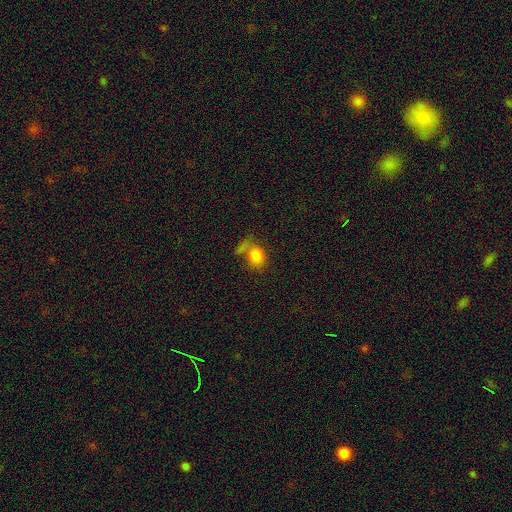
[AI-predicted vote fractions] A smooth galaxy with no disk features (80%) that is in between round and cigar-shaped (54%).

Vote fractions:
- Smooth or featured? smooth: 80% / star or artifact: 11% / featured or disk: 9%
- How rounded? in between: 54% / round: 45% / cigar-shaped: 2%
- Merging? none: 44% / merger: 28% / minor disturbance: 16% / major disturbance: 12%